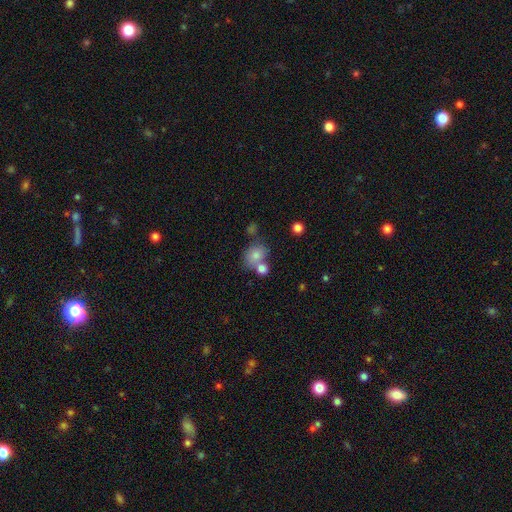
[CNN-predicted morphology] This appears to be a smooth galaxy with no disk features (76%) that is round (60%). Merging: none (48%).